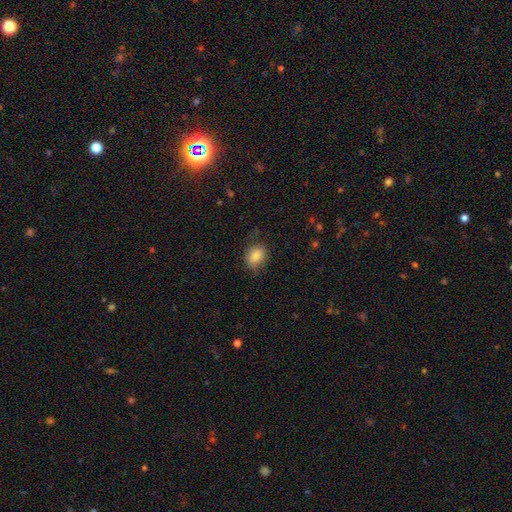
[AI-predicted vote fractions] This appears to be a smooth galaxy with no disk features (81%) that is in between round and cigar-shaped (58%). Merging: none (72%).